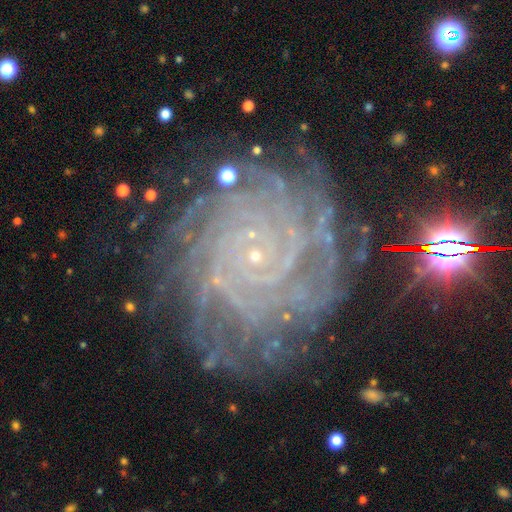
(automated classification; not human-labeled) Q: Smooth or featured?
A: featured or disk (86%); runner-up: star or artifact (9%)
Q: Edge-on disk?
A: no (98%); runner-up: yes (2%)
Q: Bar?
A: no (79%); runner-up: weak (14%)
Q: Spiral arms?
A: yes (98%); runner-up: no (2%)
Q: Spiral winding?
A: tight (86%); runner-up: medium (12%)
Q: Spiral arm count?
A: more than 4 (30%); runner-up: can't tell (21%)
Q: Bulge size?
A: small (90%); runner-up: moderate (4%)
Q: Merging?
A: none (78%); runner-up: minor disturbance (14%)